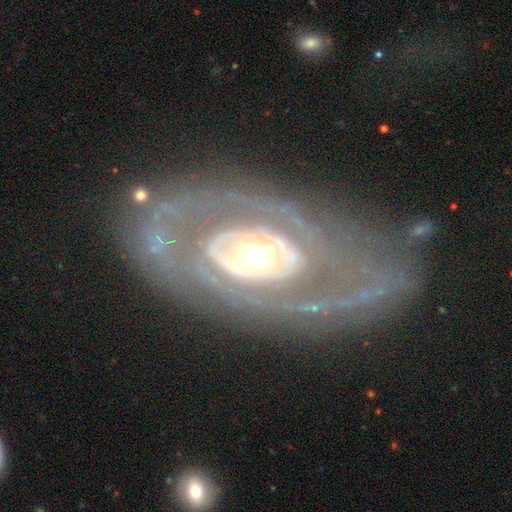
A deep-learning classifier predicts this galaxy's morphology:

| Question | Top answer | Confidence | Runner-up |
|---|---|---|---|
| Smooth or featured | featured or disk | 85% | smooth (10%) |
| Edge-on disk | no | 93% | yes (7%) |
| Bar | no | 69% | weak (20%) |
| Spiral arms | yes | 68% | no (32%) |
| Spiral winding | tight | 57% | medium (28%) |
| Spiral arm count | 2 | 47% | can't tell (29%) |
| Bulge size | moderate | 64% | large (22%) |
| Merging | none | 71% | minor disturbance (15%) |